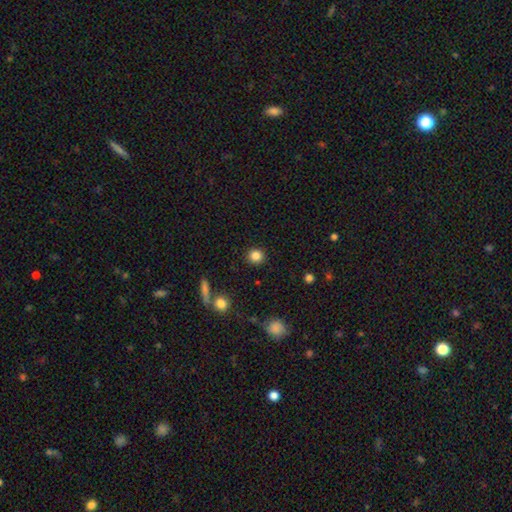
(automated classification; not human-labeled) Morphology: type=smooth (84%); roundness=round (90%); merging=none (90%).